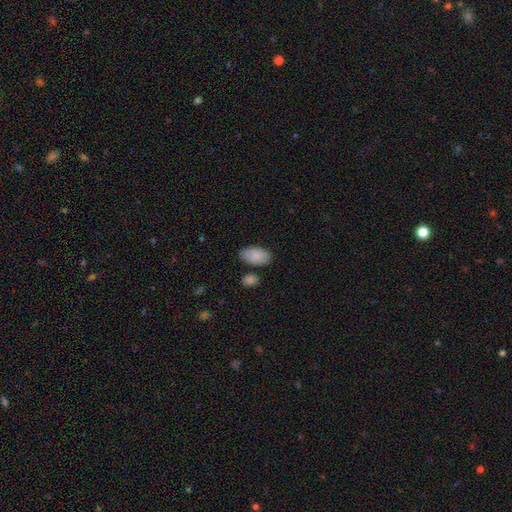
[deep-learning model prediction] Overall: smooth (88%). How rounded: in between (95%). Merging: none (75%).